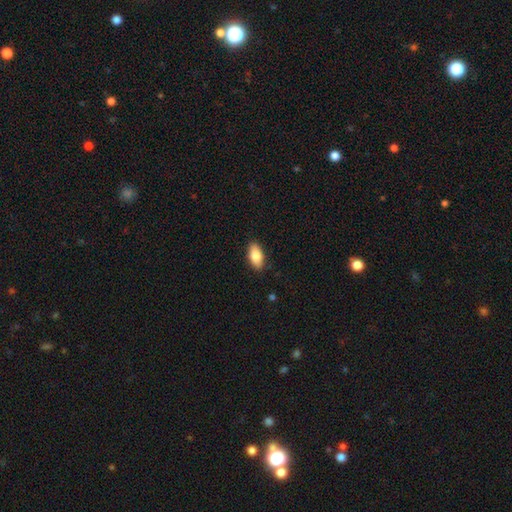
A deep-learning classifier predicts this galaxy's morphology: smooth-or-featured: smooth: 84% | featured or disk: 10% | star or artifact: 7%
  how-rounded: in between: 89% | cigar-shaped: 8% | round: 3%
  merging: none: 86% | minor disturbance: 11% | major disturbance: 2% | merger: 1%